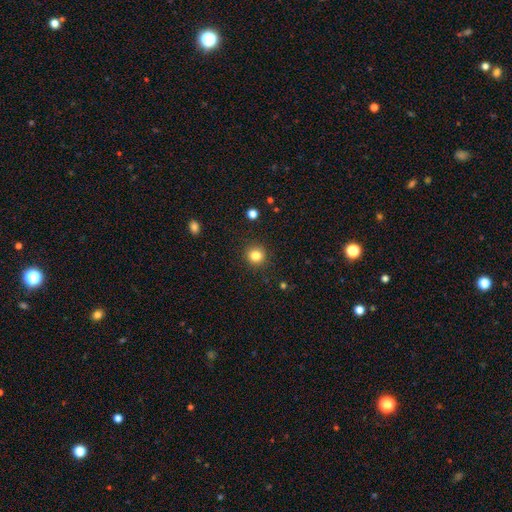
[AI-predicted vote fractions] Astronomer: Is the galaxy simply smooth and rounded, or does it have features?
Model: smooth — 83%.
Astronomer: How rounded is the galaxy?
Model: round — 91%.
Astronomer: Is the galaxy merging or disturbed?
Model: none — 91%.